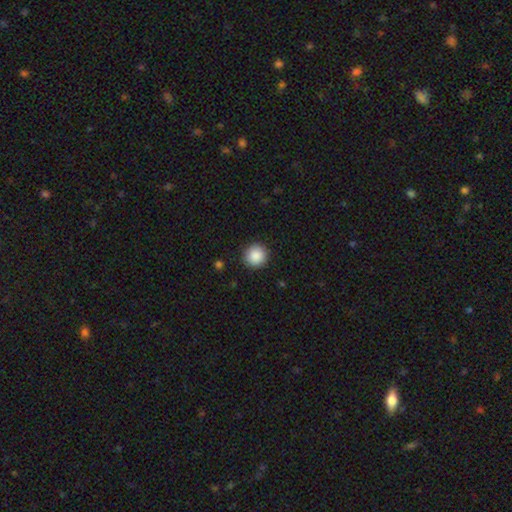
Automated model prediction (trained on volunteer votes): Q: Smooth or featured?
A: smooth (89%); runner-up: star or artifact (8%)
Q: How rounded?
A: round (94%); runner-up: in between (5%)
Q: Merging?
A: none (92%); runner-up: minor disturbance (6%)